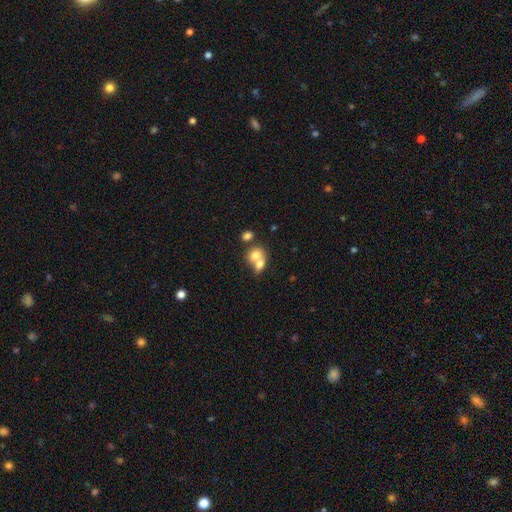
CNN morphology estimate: Q: Smooth or featured?
A: smooth (74%); runner-up: featured or disk (17%)
Q: How rounded?
A: in between (56%); runner-up: round (43%)
Q: Merging?
A: merger (67%); runner-up: none (23%)